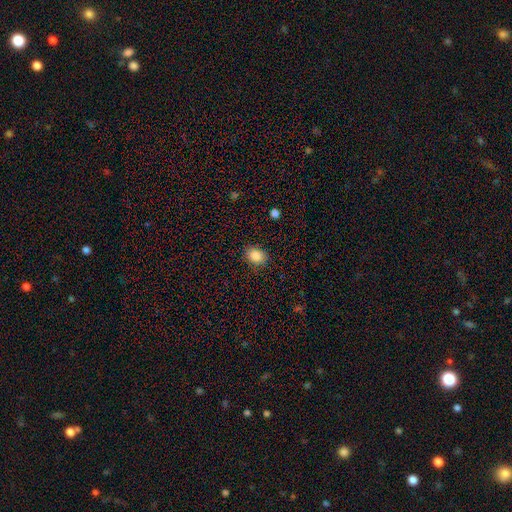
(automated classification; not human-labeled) Smooth or featured: smooth — 87% (star or artifact — 9%)
How rounded: in between — 58% (round — 41%)
Merging: none — 86% (minor disturbance — 10%)